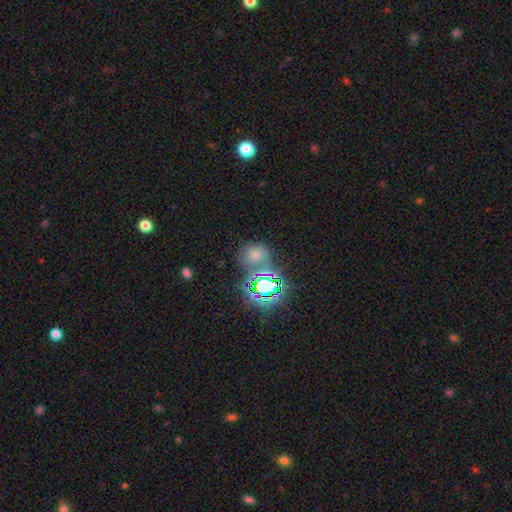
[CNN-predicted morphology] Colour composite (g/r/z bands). It shows a smooth galaxy with no disk features (51%) that is round (69%). Merging: none (59%).